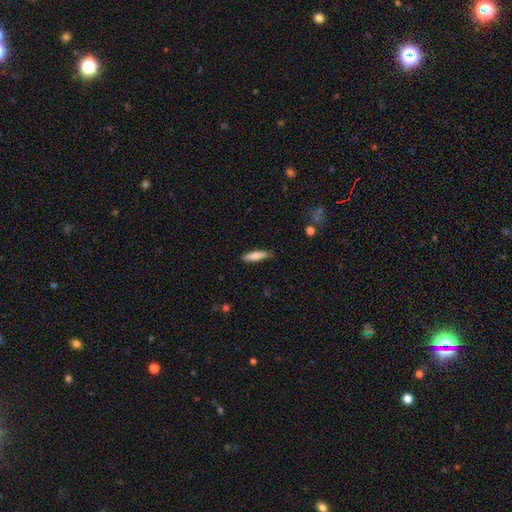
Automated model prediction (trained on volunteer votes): Q: Smooth or featured?
A: smooth (80%); runner-up: featured or disk (14%)
Q: How rounded?
A: cigar-shaped (72%); runner-up: in between (27%)
Q: Merging?
A: none (84%); runner-up: minor disturbance (12%)